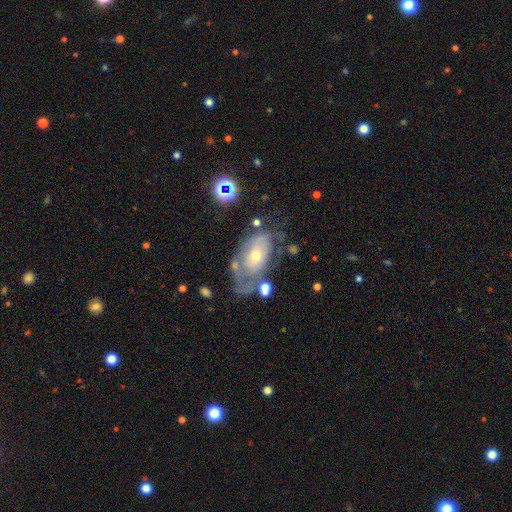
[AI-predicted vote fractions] A featured or disk galaxy (63%) with no bar (84%), spiral arms (51%) and a small central bulge (49%). Merging: none (40%).